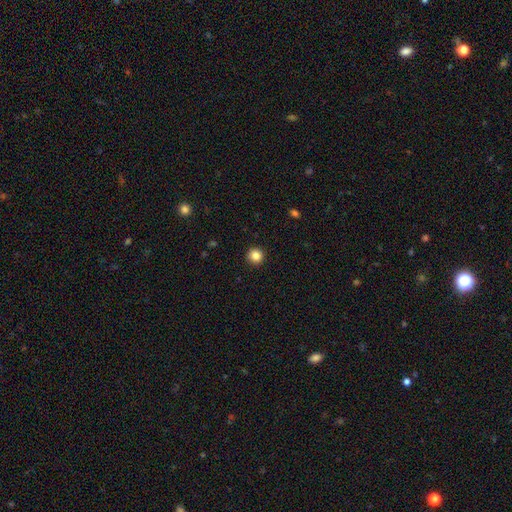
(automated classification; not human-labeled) Overall: smooth (86%). How rounded: round (95%). Merging: none (93%).